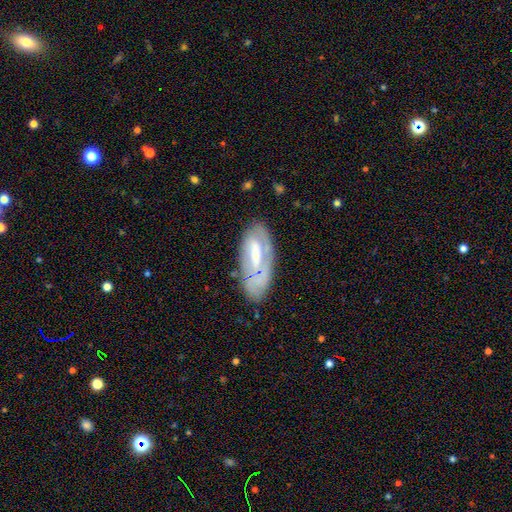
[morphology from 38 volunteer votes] This appears to be a smooth galaxy with no disk features (47%, tied with featured or disk) that is in between round and cigar-shaped (83%). Merging: none (42%).